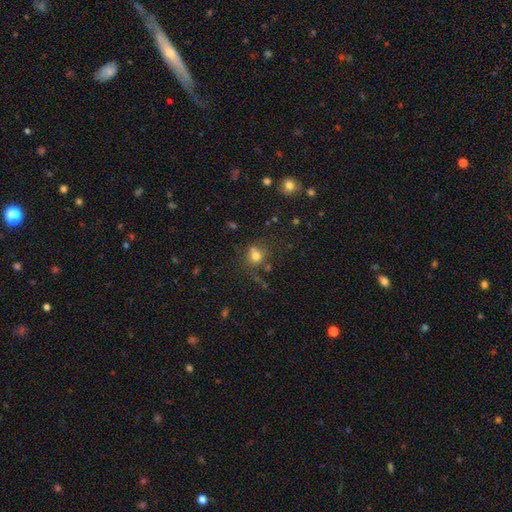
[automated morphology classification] A smooth galaxy with no disk features (72%) that is round (80%).

Vote fractions:
- Smooth or featured? smooth: 72% / star or artifact: 18% / featured or disk: 11%
- How rounded? round: 80% / in between: 19% / cigar-shaped: 1%
- Merging? none: 60% / merger: 20% / minor disturbance: 14% / major disturbance: 6%